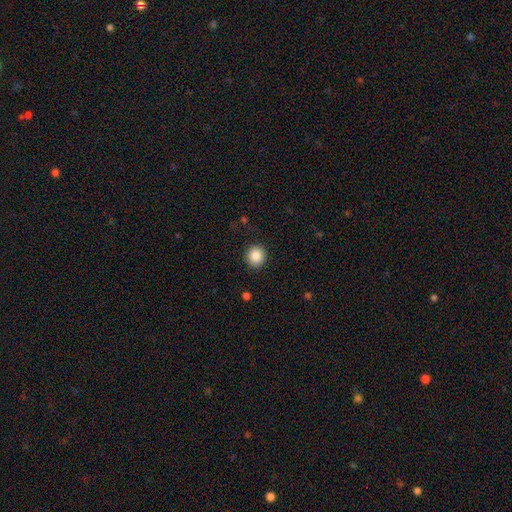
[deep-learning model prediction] smooth-or-featured: smooth: 87% | star or artifact: 9% | featured or disk: 4%
  how-rounded: round: 90% | in between: 9% | cigar-shaped: 1%
  merging: none: 91% | minor disturbance: 6% | major disturbance: 2% | merger: 1%